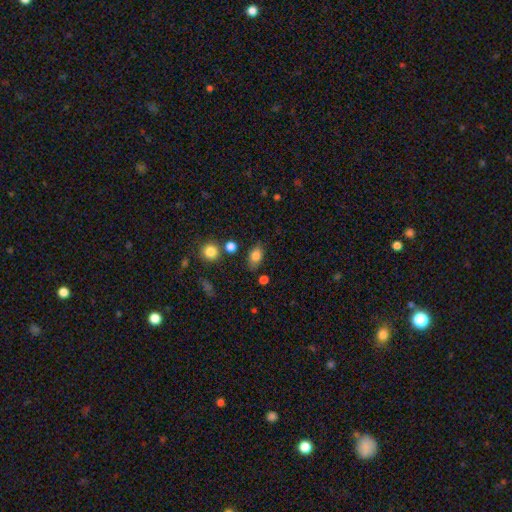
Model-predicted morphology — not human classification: This appears to be a smooth galaxy with no disk features (81%) that is in between round and cigar-shaped (80%). Merging: none (76%).